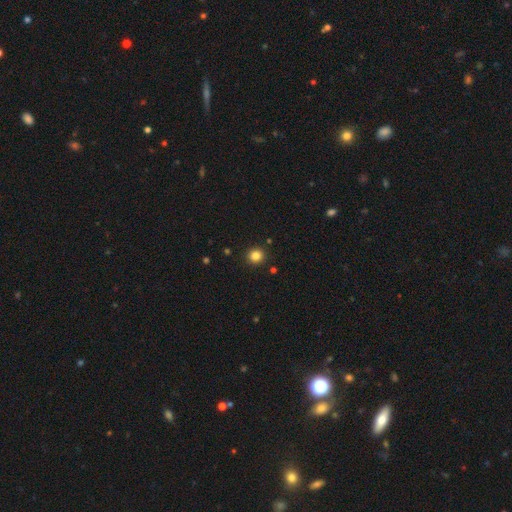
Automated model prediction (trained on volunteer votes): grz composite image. It shows a smooth galaxy with no disk features (83%) that is round (88%). Merging: none (91%).